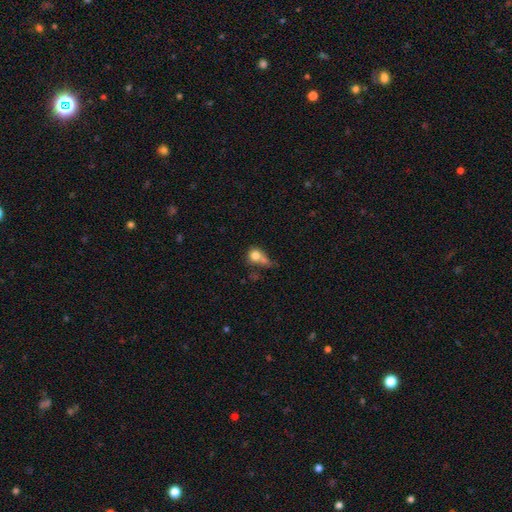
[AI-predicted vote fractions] Smooth or featured? Predicted: smooth (p=0.75). How rounded? Predicted: round (p=0.70). Merging? Predicted: merger (p=0.35).